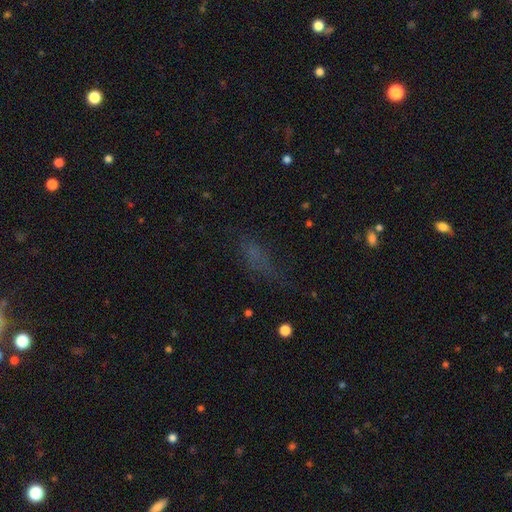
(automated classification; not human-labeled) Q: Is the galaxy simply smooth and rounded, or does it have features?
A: smooth — 52%.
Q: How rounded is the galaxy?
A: in between — 58%.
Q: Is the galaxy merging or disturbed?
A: none — 52%.